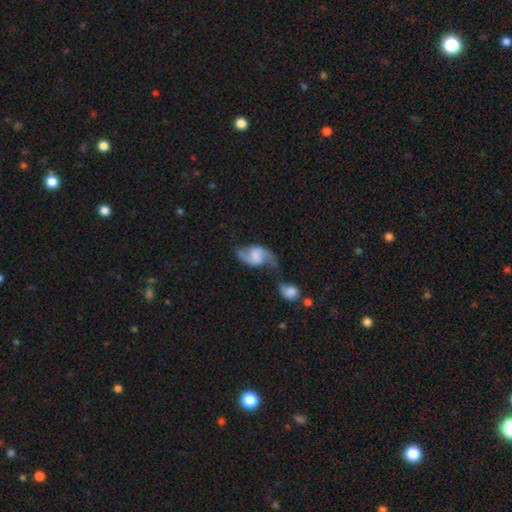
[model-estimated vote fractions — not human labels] This appears to be a featured or disk galaxy (81%) with a weak bar (48%), 2 (91%) loose (64%) spiral arms (95%) and no central bulge (49%). Merging: merger (36%).